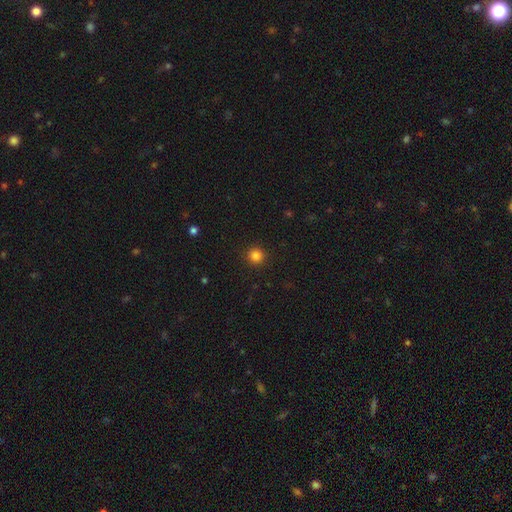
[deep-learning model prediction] Q: Smooth or featured?
A: smooth (84%); runner-up: star or artifact (12%)
Q: How rounded?
A: round (94%); runner-up: in between (5%)
Q: Merging?
A: none (91%); runner-up: minor disturbance (5%)